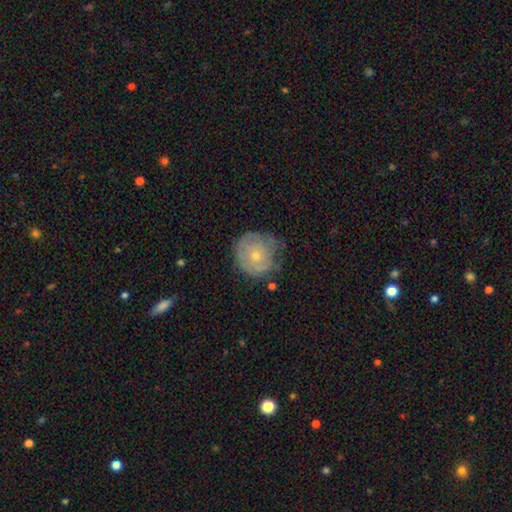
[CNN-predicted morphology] smooth_or_featured: featured or disk (p=0.54) [alt: smooth p=0.39]
disk_edge_on: no (p=0.97) [alt: yes p=0.03]
bar: no (p=0.87) [alt: weak p=0.11]
has_spiral_arms: yes (p=0.59) [alt: no p=0.41]
bulge_size: small (p=0.56) [alt: moderate p=0.41]
merging: none (p=0.57) [alt: minor disturbance p=0.30]